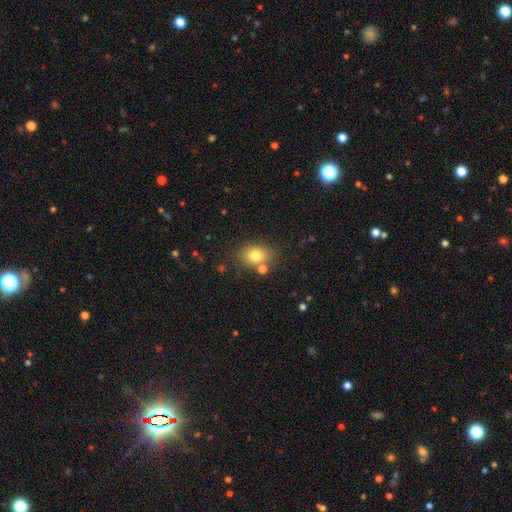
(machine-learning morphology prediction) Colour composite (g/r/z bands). It shows a smooth galaxy with no disk features (78%) that is in between round and cigar-shaped (70%). Merging: none (73%).